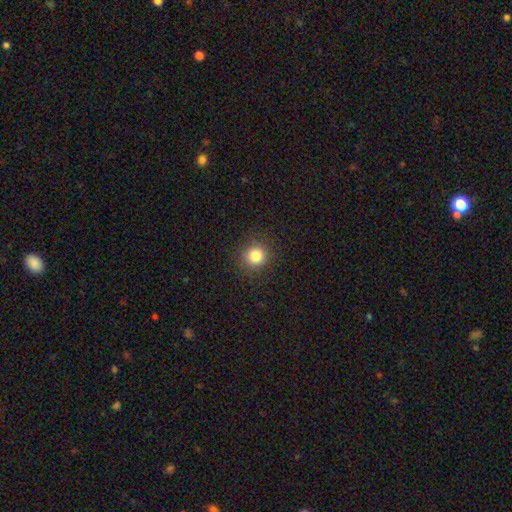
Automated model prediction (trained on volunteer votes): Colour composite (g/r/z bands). It shows a smooth galaxy with no disk features (83%) that is round (92%). Merging: none (90%).